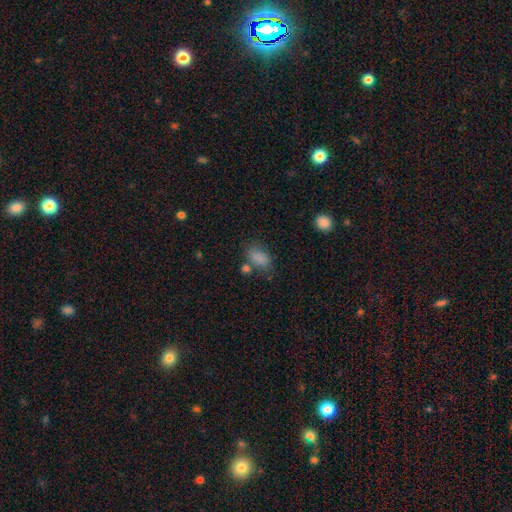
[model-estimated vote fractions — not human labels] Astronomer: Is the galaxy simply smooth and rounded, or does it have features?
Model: smooth — 78%.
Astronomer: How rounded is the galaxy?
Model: in between — 85%.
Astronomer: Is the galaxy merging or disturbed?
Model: none — 66%.